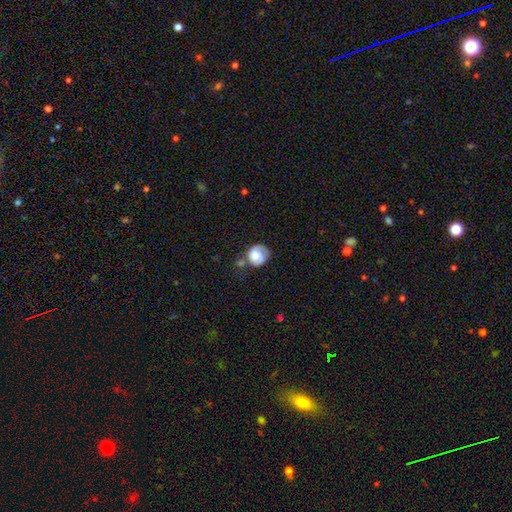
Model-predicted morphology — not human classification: Overall: smooth (67%). How rounded: round (79%). Merging: none (45%; minor disturbance 28%).